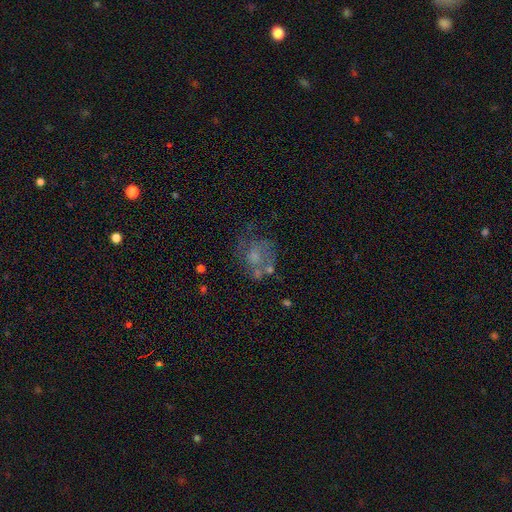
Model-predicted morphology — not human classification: This is possibly a featured or disk galaxy (48%). Merging: marginally none (41%).